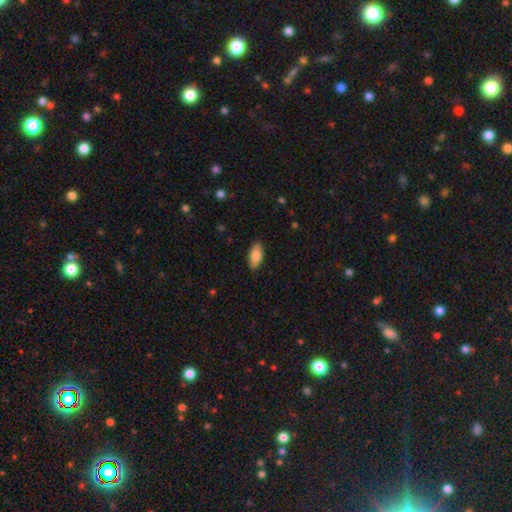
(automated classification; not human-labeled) This appears to be a smooth galaxy with no disk features (83%) that is in between round and cigar-shaped (89%). Merging: none (88%).